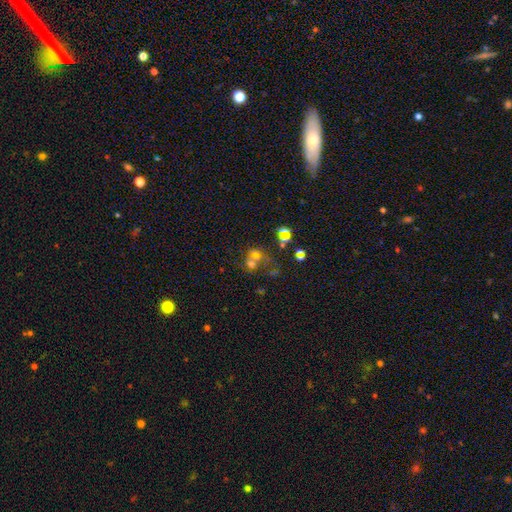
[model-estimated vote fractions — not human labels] A smooth galaxy with no disk features (43%). Merging: merger (46%).